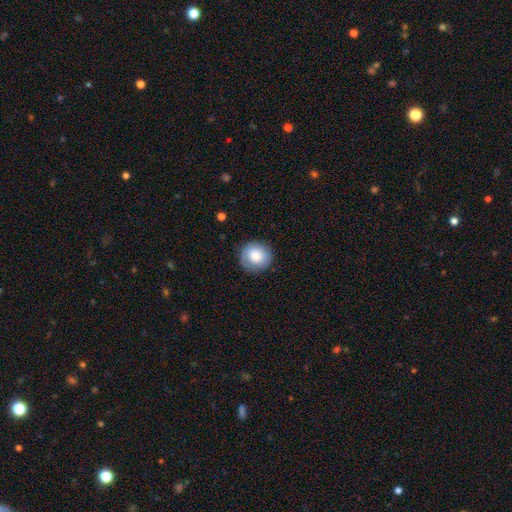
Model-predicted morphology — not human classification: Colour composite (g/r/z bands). It shows a smooth galaxy with no disk features (73%) that is round (89%). Merging: none (82%).